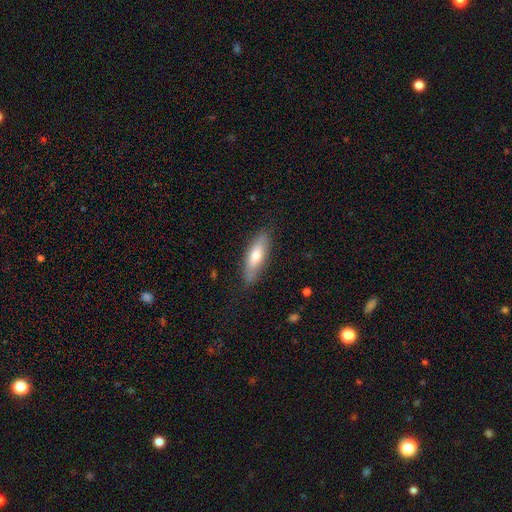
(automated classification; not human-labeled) This is likely a smooth galaxy (63%). How rounded: possibly cigar-shaped (50%). Merging: clearly none (80%).